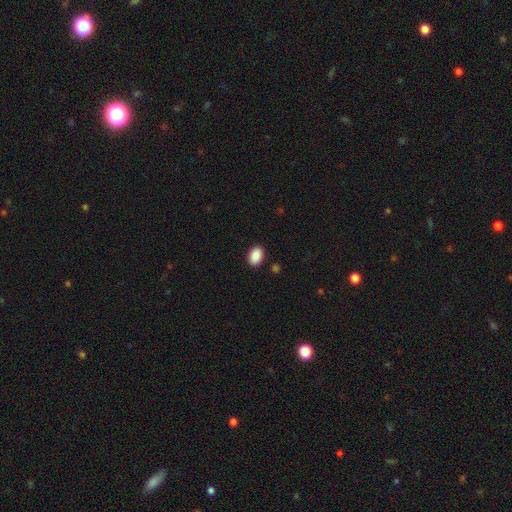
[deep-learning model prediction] smooth_or_featured: smooth (p=0.90) [alt: star or artifact p=0.07]
how_rounded: in between (p=0.86) [alt: round p=0.13]
merging: none (p=0.89) [alt: minor disturbance p=0.07]